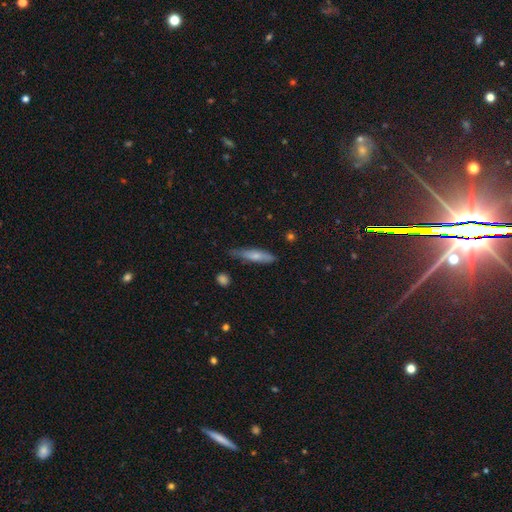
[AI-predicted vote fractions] Smooth or featured? smooth (67%)
How rounded? cigar-shaped (77%)
Merging? none (68%)